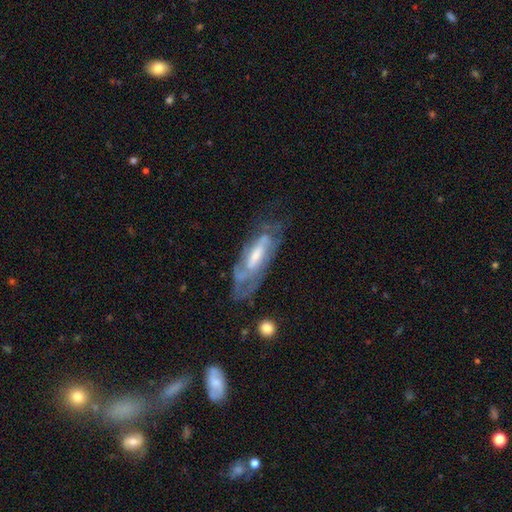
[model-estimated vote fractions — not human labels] smooth-or-featured: featured or disk: 71% | smooth: 23% | star or artifact: 7%
  disk-edge-on: no: 77% | yes: 23%
    bar: weak: 39% | no: 35% | strong: 26%
    has-spiral-arms: yes: 69% | no: 31%
    bulge-size: moderate: 45% | small: 33% | large: 13% | none: 8% | dominant: 2%
  merging: none: 50% | minor disturbance: 25% | major disturbance: 21% | merger: 3%